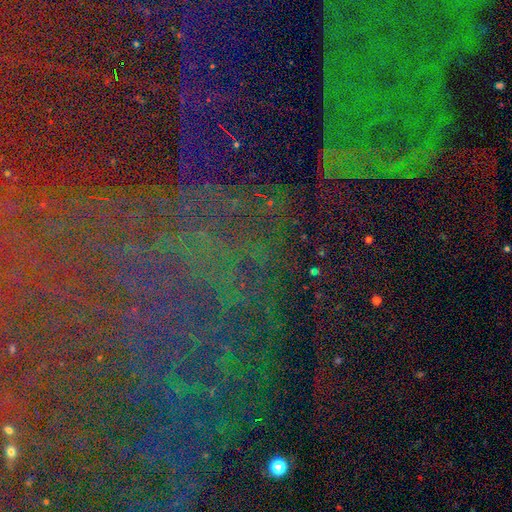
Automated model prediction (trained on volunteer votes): Smooth or featured: star or artifact — 85% (featured or disk — 8%)